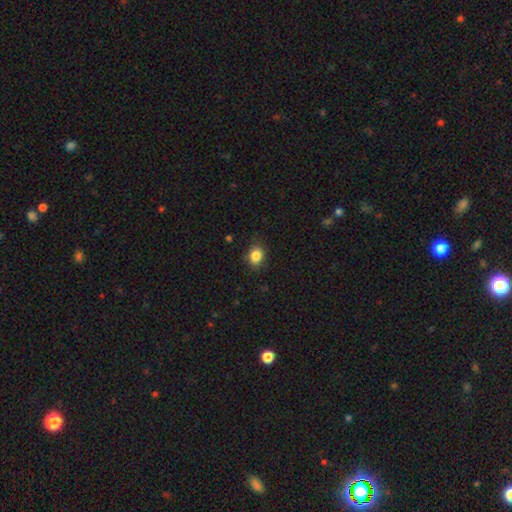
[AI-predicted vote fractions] Smooth or featured: smooth — 86% (star or artifact — 10%)
How rounded: in between — 59% (round — 40%)
Merging: none — 81% (minor disturbance — 15%)